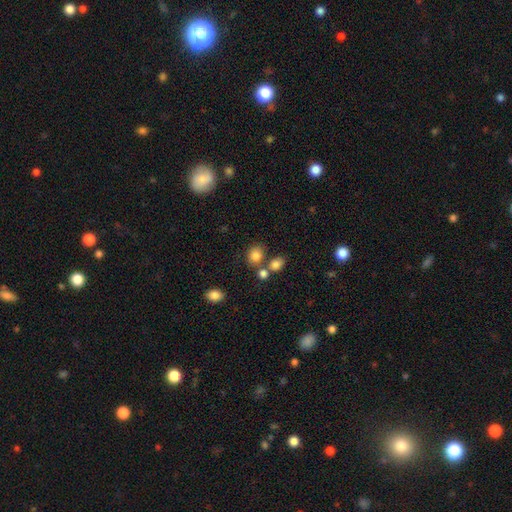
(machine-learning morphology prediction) Smooth or featured: smooth — 83% (star or artifact — 11%)
How rounded: round — 58% (in between — 41%)
Merging: none — 60% (merger — 24%)